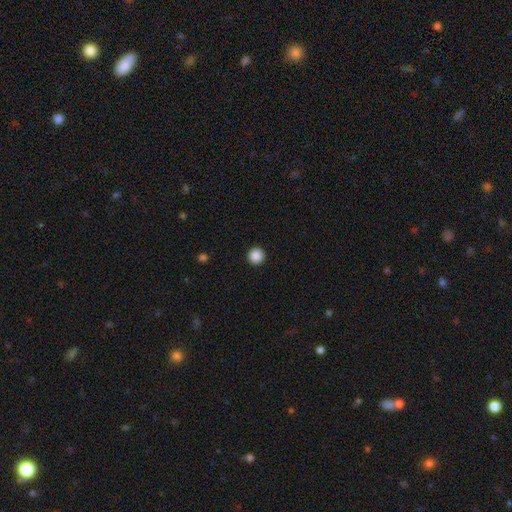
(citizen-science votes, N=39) A smooth galaxy with no disk features (90%) that is round (100%).

Vote fractions:
- Smooth or featured? smooth: 90% / star or artifact: 10% / featured or disk: 0%
- How rounded? round: 100% / in between: 0% / cigar-shaped: 0%
- Merging? none: 91% / minor disturbance: 6% / merger: 3% / major disturbance: 0%